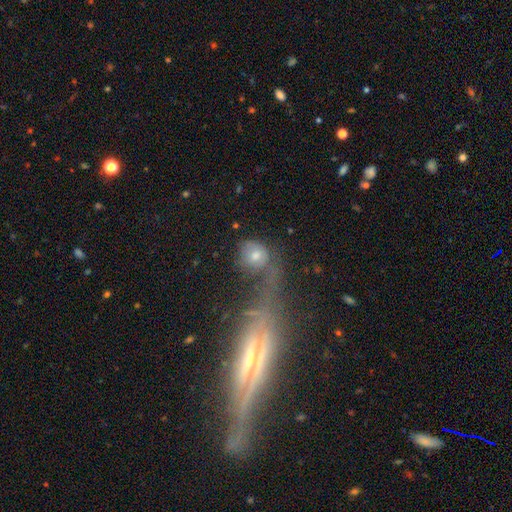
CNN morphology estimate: Smooth or featured: smooth — 64% (featured or disk — 21%)
How rounded: round — 75% (in between — 22%)
Merging: none — 44% (merger — 25%)